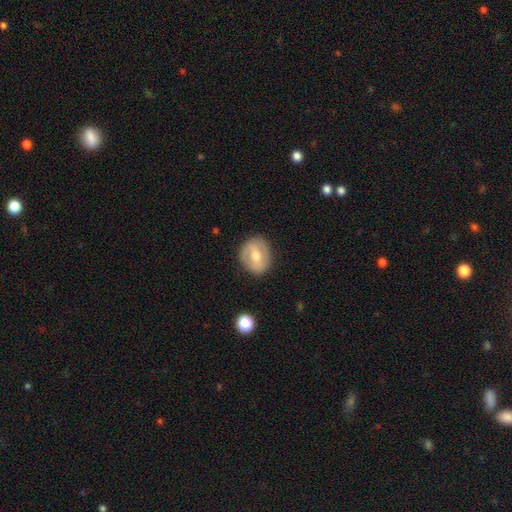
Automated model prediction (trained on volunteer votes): smooth 47%, featured or disk 46%, star or artifact 8%. Down the decision tree: merging — none (83%).